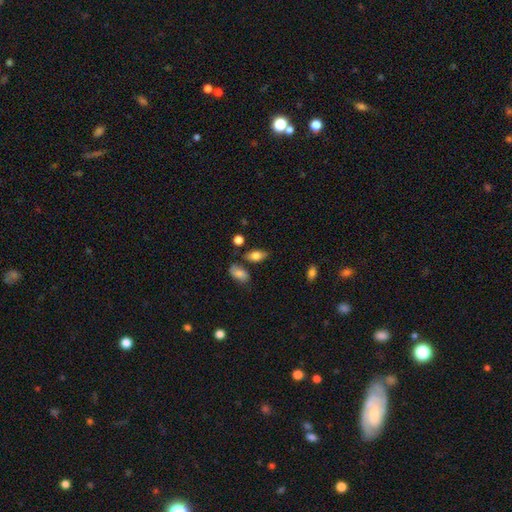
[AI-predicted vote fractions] Q: Smooth or featured?
A: smooth (77%); runner-up: featured or disk (15%)
Q: How rounded?
A: in between (87%); runner-up: round (8%)
Q: Merging?
A: none (70%); runner-up: minor disturbance (17%)